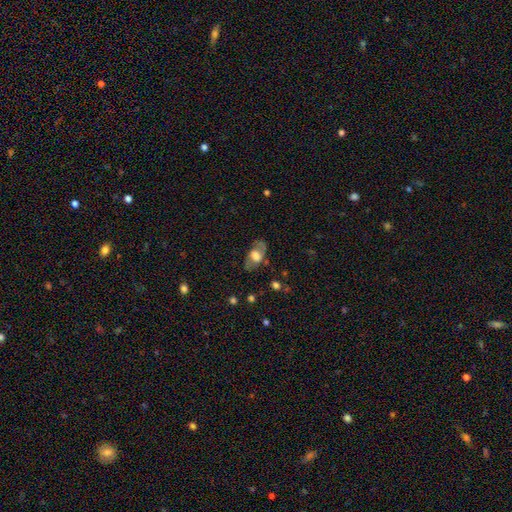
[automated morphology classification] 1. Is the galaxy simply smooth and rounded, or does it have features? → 50% smooth, 42% featured or disk, 8% star or artifact.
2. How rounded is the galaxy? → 86% in between, 9% round, 4% cigar-shaped.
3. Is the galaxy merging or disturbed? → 69% none, 19% minor disturbance, 10% major disturbance, 2% merger.